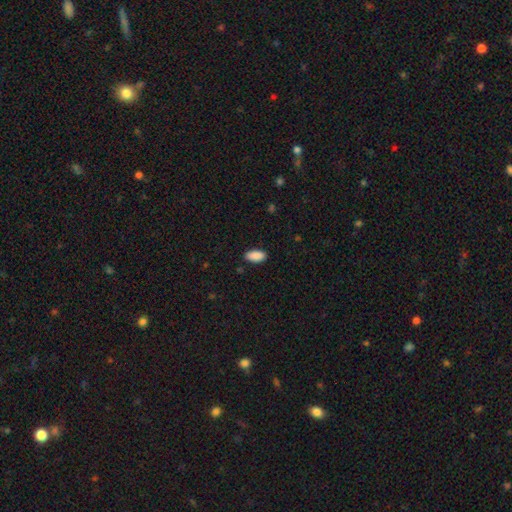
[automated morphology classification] A smooth galaxy with no disk features (90%) that is in between round and cigar-shaped (92%). Merging: none (88%).